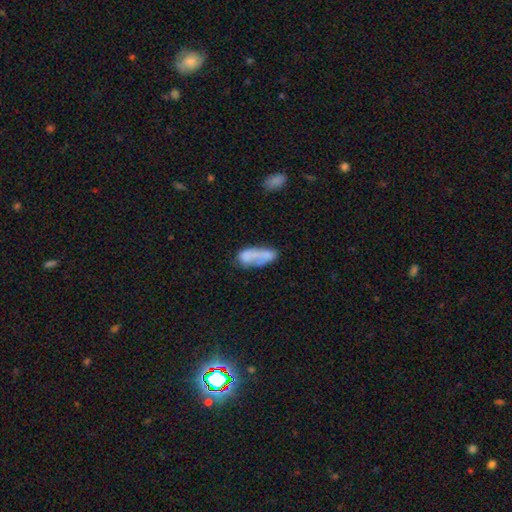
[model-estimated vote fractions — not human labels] A smooth galaxy with no disk features (60%) that is in between round and cigar-shaped (71%). Merging: none (37%).